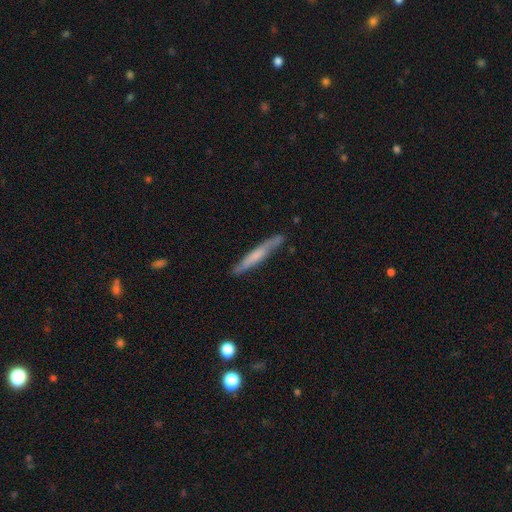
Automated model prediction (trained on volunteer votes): smooth_or_featured: featured or disk (p=0.48) [alt: smooth p=0.47]
merging: none (p=0.80) [alt: minor disturbance p=0.15]